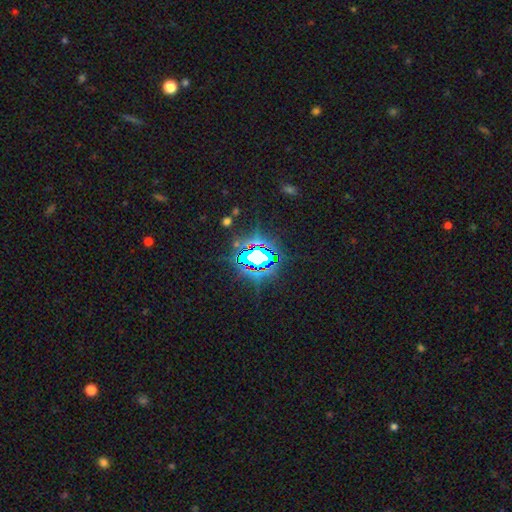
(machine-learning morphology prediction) Smooth or featured? star or artifact (77%)